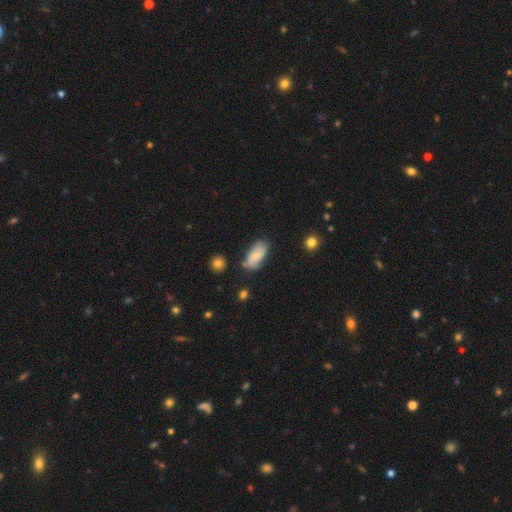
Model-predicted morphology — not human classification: smooth_or_featured: smooth (p=0.71) [alt: featured or disk p=0.22]
how_rounded: in between (p=0.92) [alt: cigar-shaped p=0.05]
merging: none (p=0.63) [alt: minor disturbance p=0.25]